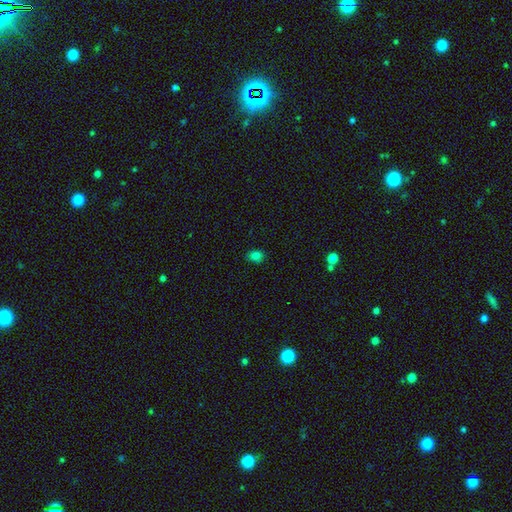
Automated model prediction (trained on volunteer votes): The model was most divided on "how rounded": in between: 56%, round: 43%, cigar-shaped: 1%. More confident: merging — none (85%); smooth or featured — smooth (81%).